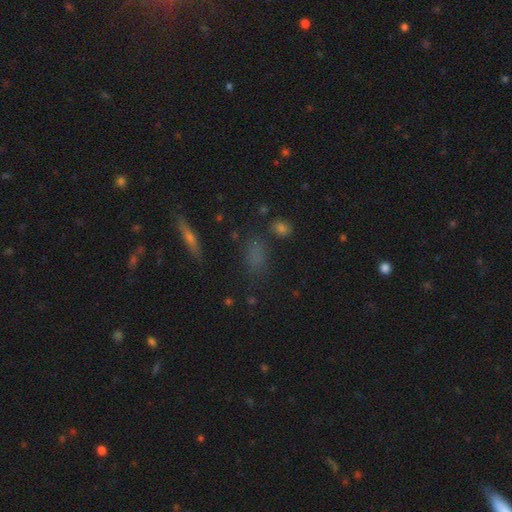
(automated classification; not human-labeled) The model was most divided on "smooth or featured": smooth: 65%, star or artifact: 24%, featured or disk: 11%. More confident: merging — none (74%); how rounded — in between (71%).